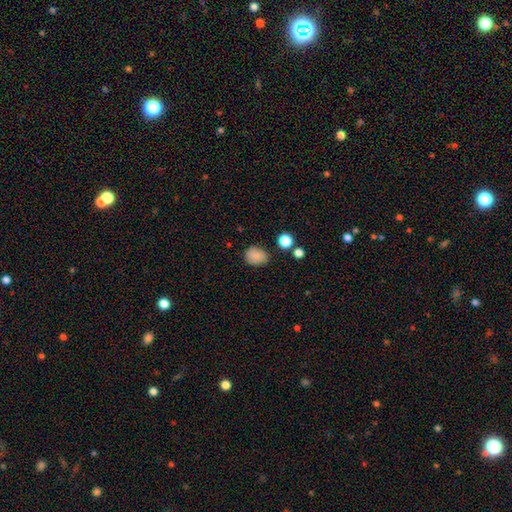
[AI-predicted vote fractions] smooth-or-featured: smooth: 83% | star or artifact: 10% | featured or disk: 7%
  how-rounded: round: 52% | in between: 47% | cigar-shaped: 1%
  merging: none: 76% | minor disturbance: 17% | major disturbance: 4% | merger: 3%